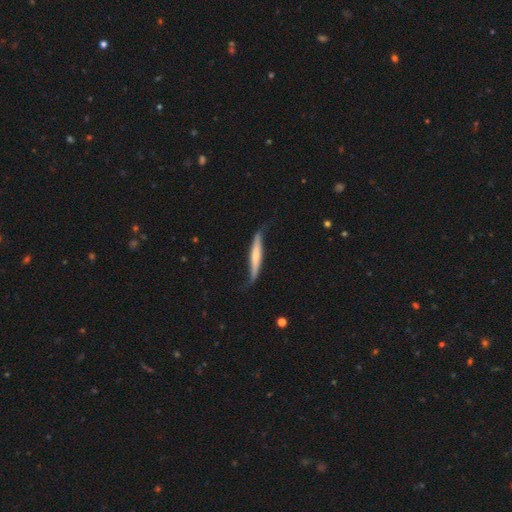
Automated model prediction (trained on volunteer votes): Overall: featured or disk (51%; smooth 44%). Edge-on disk: yes (77%). Merging: none (56%; minor disturbance 31%).